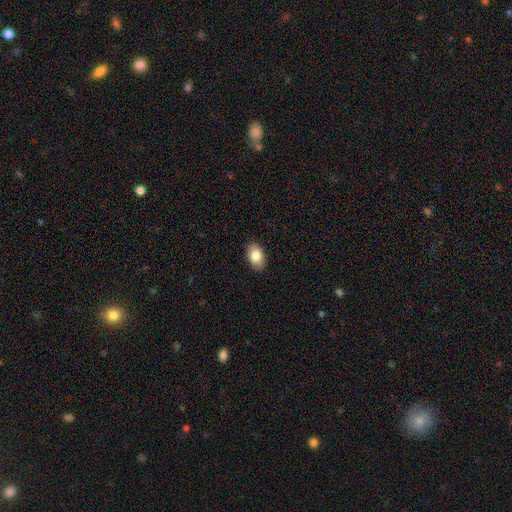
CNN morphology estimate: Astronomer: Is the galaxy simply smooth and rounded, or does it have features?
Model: smooth — 84%.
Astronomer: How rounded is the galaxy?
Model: in between — 91%.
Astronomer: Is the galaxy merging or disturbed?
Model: none — 89%.